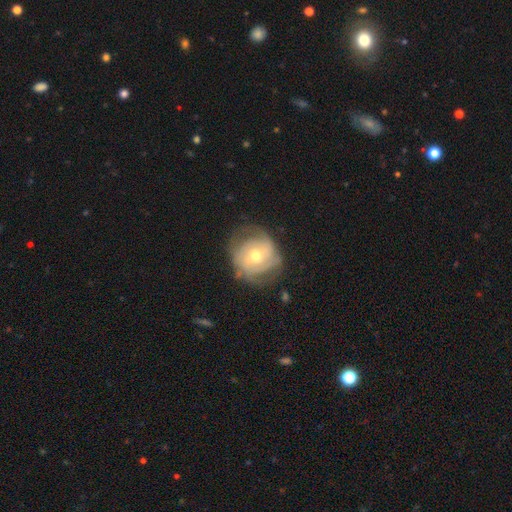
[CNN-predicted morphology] Overall: featured or disk (69%). Edge-on disk: no (97%). Bar: no (73%). Spiral arms: yes (81%). Spiral arm count: can't tell (40%; 2 31%). Spiral winding: tight (58%; medium 30%). Bulge size: moderate (61%; small 35%). Merging: none (62%; minor disturbance 24%).